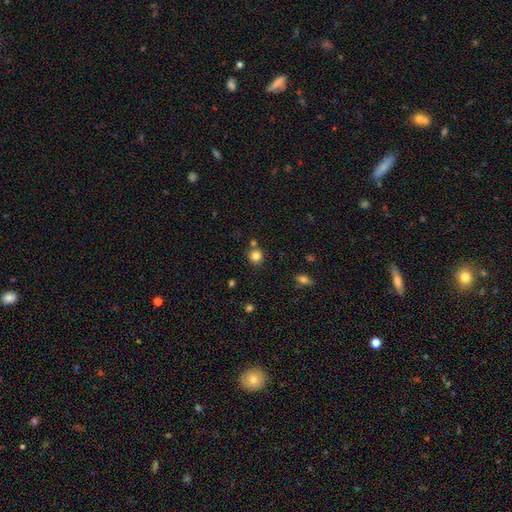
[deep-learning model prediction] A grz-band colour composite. It shows a smooth galaxy with no disk features (83%) that is round (89%). Merging: none (75%).